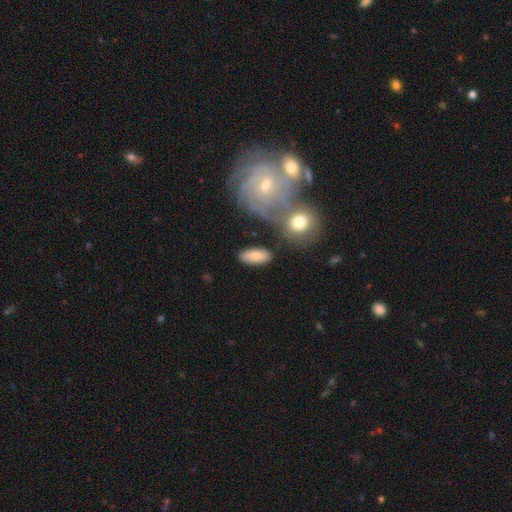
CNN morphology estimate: The model was most divided on "smooth or featured": smooth: 76%, featured or disk: 18%, star or artifact: 6%. More confident: how rounded — in between (81%); merging — none (79%).